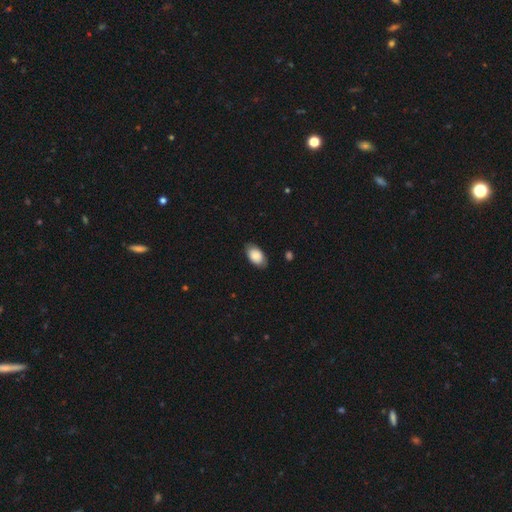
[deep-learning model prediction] Smooth or featured: smooth — 82% (featured or disk — 12%)
How rounded: in between — 93% (round — 5%)
Merging: none — 78% (minor disturbance — 17%)